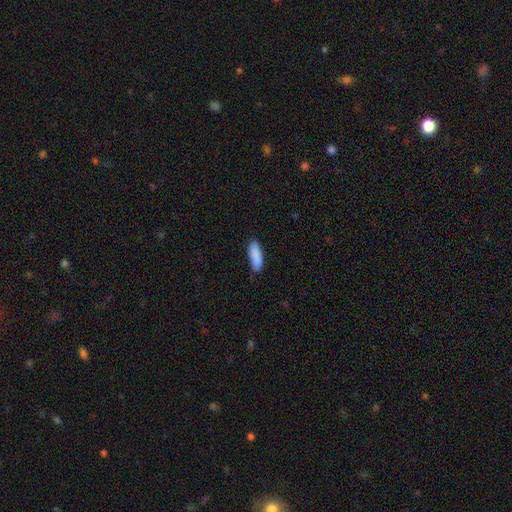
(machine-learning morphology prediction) A smooth galaxy with no disk features (88%) that is in between round and cigar-shaped (58%). Merging: none (78%).